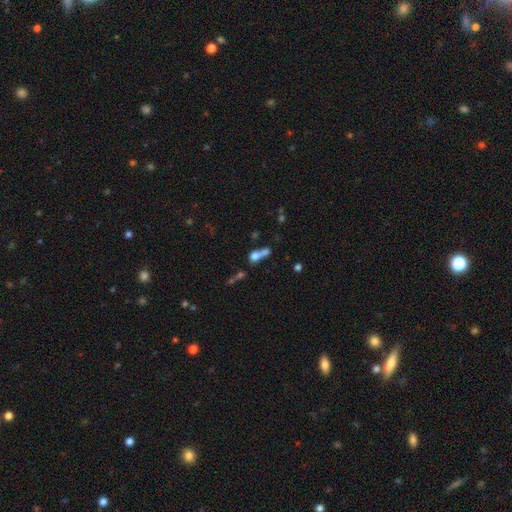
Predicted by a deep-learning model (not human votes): Overall: smooth (61%; featured or disk 24%). How rounded: round (48%; in between 36%). Merging: merger (54%; none 28%).